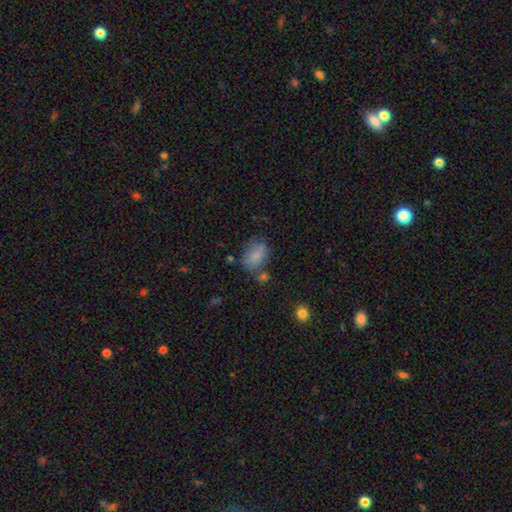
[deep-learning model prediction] A smooth galaxy with no disk features (80%) that is in between round and cigar-shaped (80%). Merging: none (60%).